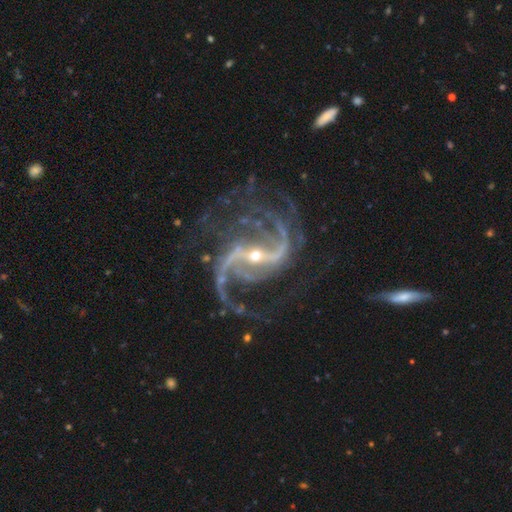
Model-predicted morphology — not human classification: This appears to be a featured or disk galaxy (93%) with a strong bar (64%), 2 (75%) loose (51%) spiral arms (99%) and a small central bulge (71%). Merging: none (62%).